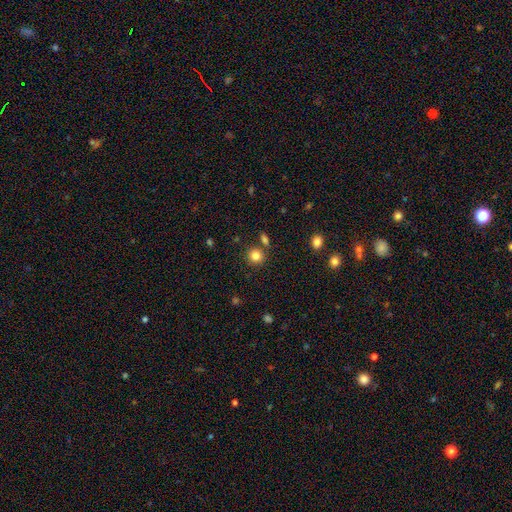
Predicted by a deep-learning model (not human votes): The model was most divided on "merging": none: 80%, merger: 9%, minor disturbance: 8%, major disturbance: 3%. More confident: how rounded — round (89%); smooth or featured — smooth (83%).